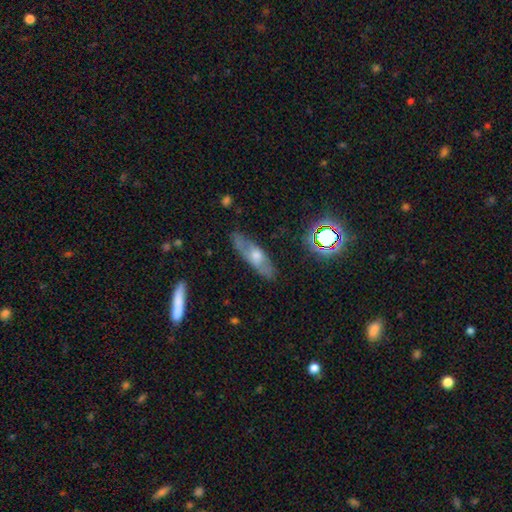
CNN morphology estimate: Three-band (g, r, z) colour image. It shows a featured or disk galaxy (52%). Merging: none (78%).